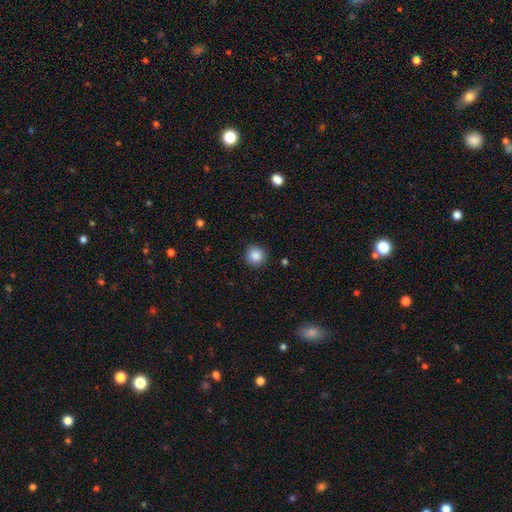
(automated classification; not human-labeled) Smooth or featured: smooth — 86% (star or artifact — 10%)
How rounded: round — 93% (in between — 6%)
Merging: none — 89% (minor disturbance — 8%)